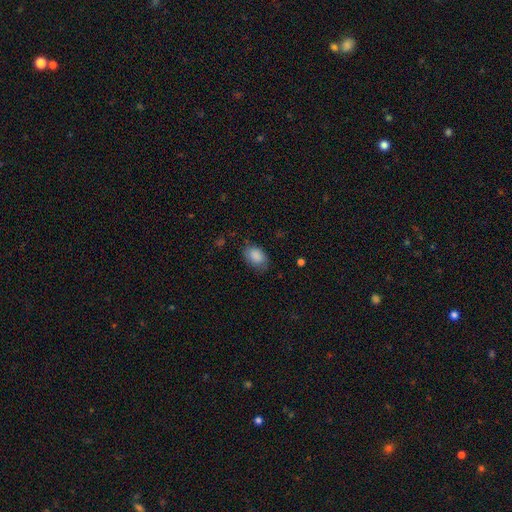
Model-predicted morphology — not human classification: A smooth galaxy with no disk features (86%) that is in between round and cigar-shaped (85%).

Vote fractions:
- Smooth or featured? smooth: 86% / star or artifact: 7% / featured or disk: 6%
- How rounded? in between: 85% / round: 14% / cigar-shaped: 1%
- Merging? none: 71% / minor disturbance: 22% / major disturbance: 6% / merger: 1%